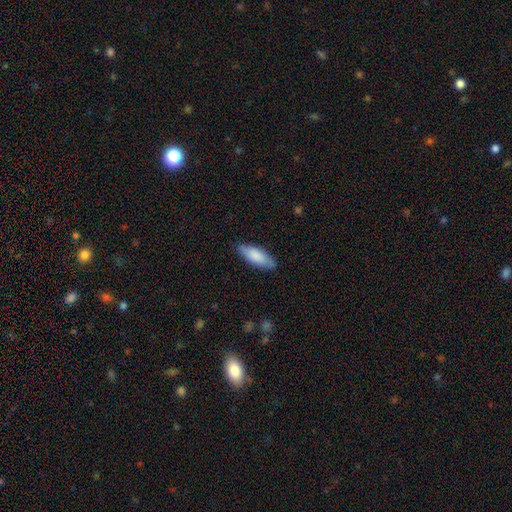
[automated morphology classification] This appears to be a smooth galaxy with no disk features (85%) that is in between round and cigar-shaped (65%). Merging: none (85%).